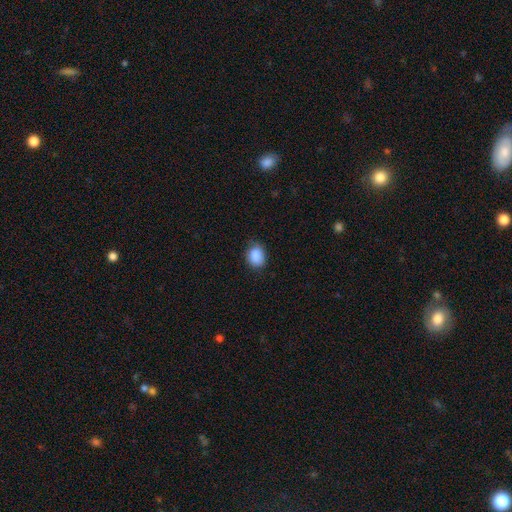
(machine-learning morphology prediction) A smooth galaxy with no disk features (88%) that is in between round and cigar-shaped (57%).

Vote fractions:
- Smooth or featured? smooth: 88% / star or artifact: 8% / featured or disk: 5%
- How rounded? in between: 57% / round: 42% / cigar-shaped: 1%
- Merging? none: 71% / minor disturbance: 24% / major disturbance: 4% / merger: 1%